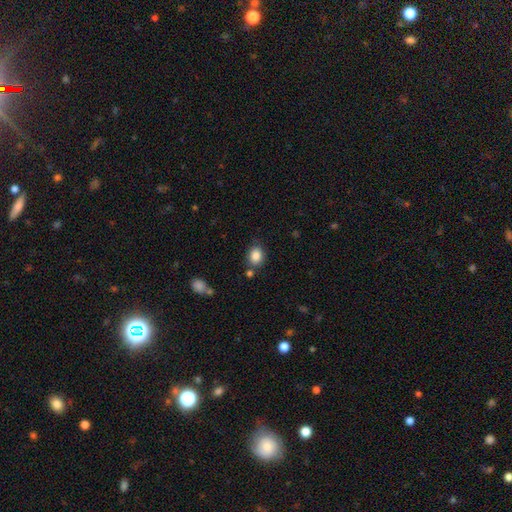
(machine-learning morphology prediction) smooth_or_featured: smooth (p=0.86) [alt: star or artifact p=0.09]
how_rounded: round (p=0.51) [alt: in between p=0.48]
merging: none (p=0.75) [alt: minor disturbance p=0.14]